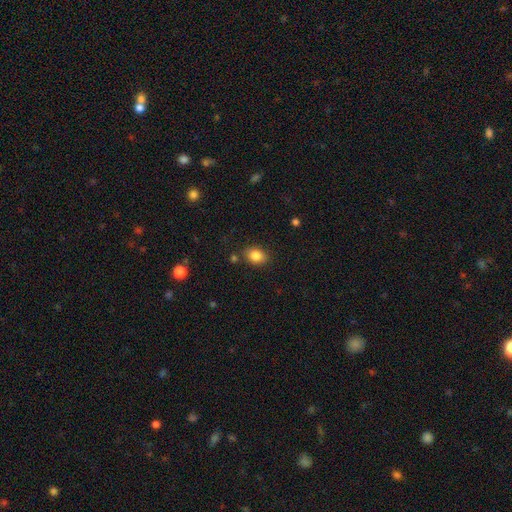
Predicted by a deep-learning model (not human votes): Smooth or featured? Predicted: smooth (p=0.84). How rounded? Predicted: in between (p=0.59). Merging? Predicted: none (p=0.83).